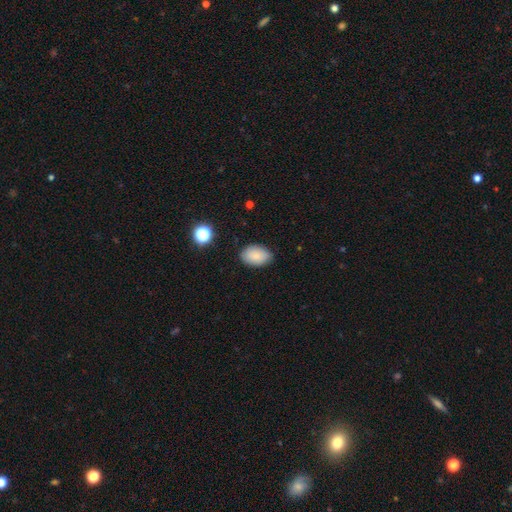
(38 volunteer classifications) Smooth or featured? 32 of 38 (84%) said smooth. How rounded? 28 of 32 (88%) said in between. Merging? 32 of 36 (89%) said none.